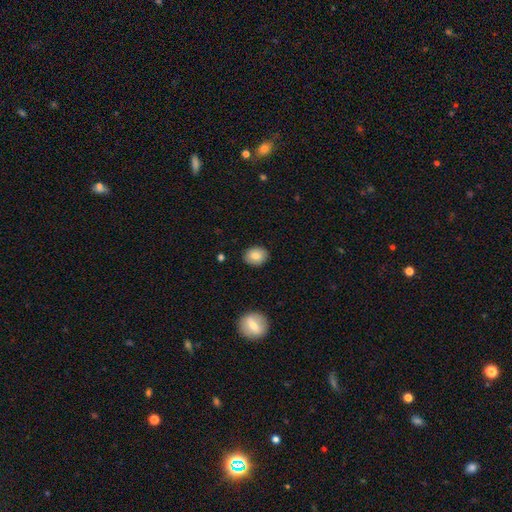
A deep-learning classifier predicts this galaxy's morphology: Smooth or featured? Predicted: smooth (p=0.82). How rounded? Predicted: round (p=0.50). Merging? Predicted: none (p=0.88).